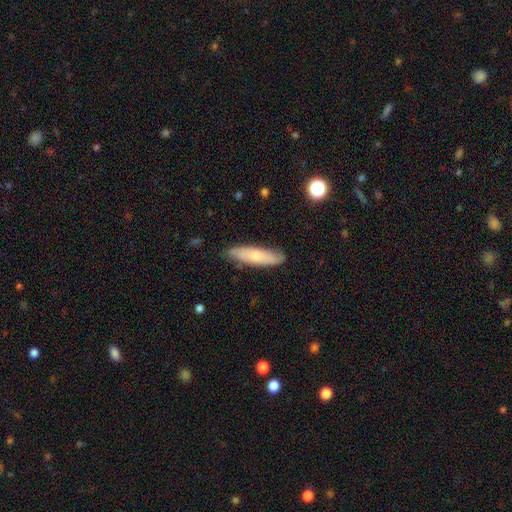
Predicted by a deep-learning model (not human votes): smooth-or-featured: smooth: 61% | featured or disk: 33% | star or artifact: 6%
  how-rounded: cigar-shaped: 70% | in between: 29% | round: 2%
  merging: none: 82% | minor disturbance: 15% | major disturbance: 2% | merger: 1%